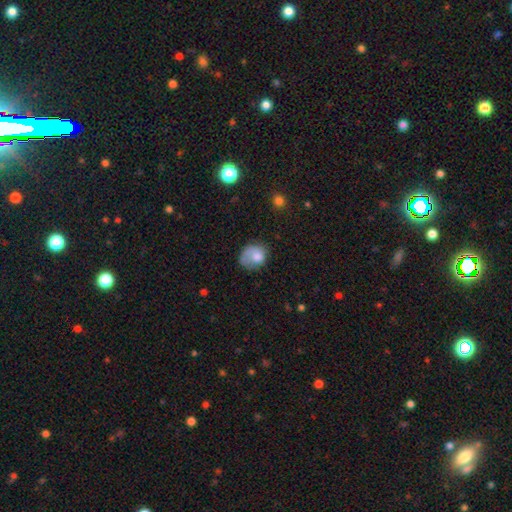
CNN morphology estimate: smooth 68%, featured or disk 24%, star or artifact 8%. Down the decision tree: how rounded — round (62%); merging — none (43%).